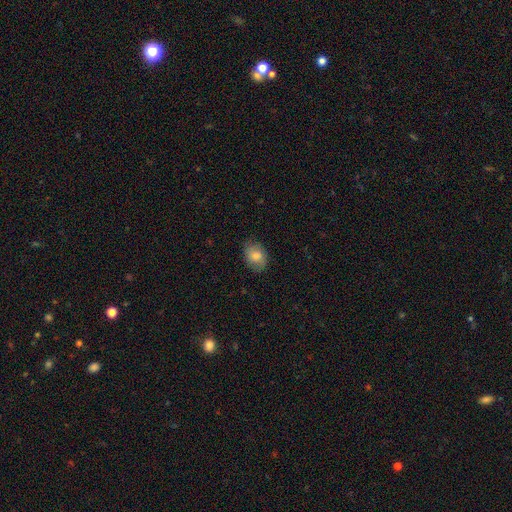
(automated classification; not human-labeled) The model was most divided on "how rounded": in between: 69%, round: 30%, cigar-shaped: 1%. More confident: merging — none (80%); smooth or featured — smooth (75%).